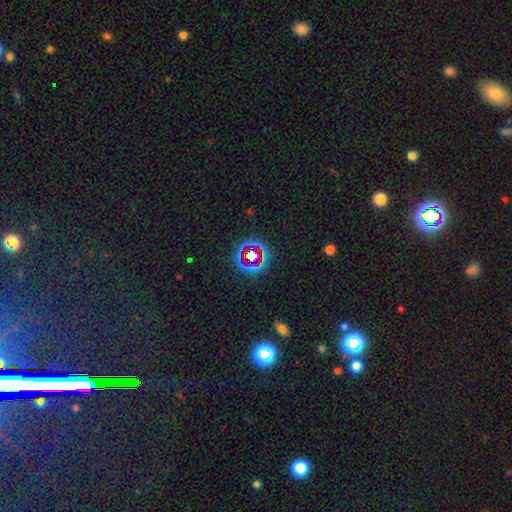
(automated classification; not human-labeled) Morphology: type=star or artifact (73%).